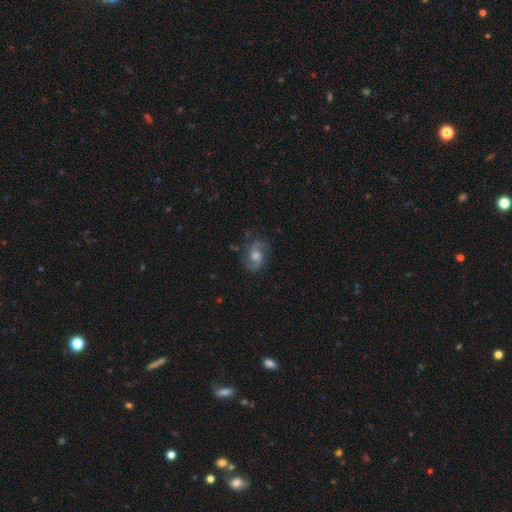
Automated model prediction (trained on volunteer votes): Q: Smooth or featured?
A: featured or disk (77%); runner-up: smooth (14%)
Q: Edge-on disk?
A: no (97%); runner-up: yes (3%)
Q: Bar?
A: no (56%); runner-up: weak (37%)
Q: Spiral arms?
A: yes (94%); runner-up: no (6%)
Q: Spiral winding?
A: medium (48%); runner-up: loose (36%)
Q: Spiral arm count?
A: 2 (85%); runner-up: can't tell (6%)
Q: Bulge size?
A: moderate (63%); runner-up: small (19%)
Q: Merging?
A: none (77%); runner-up: minor disturbance (16%)